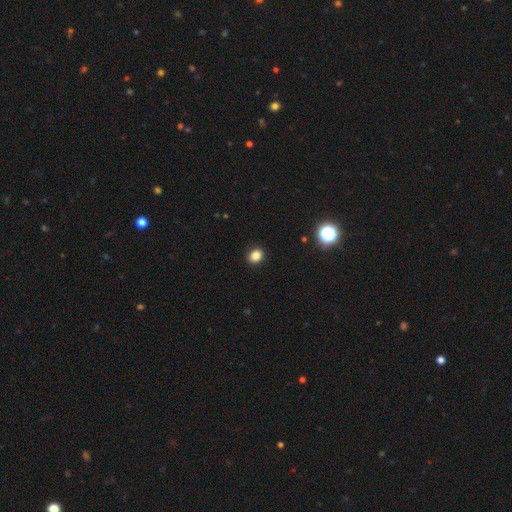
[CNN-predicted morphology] type=smooth (85%); roundness=round (54%); merging=none (91%).